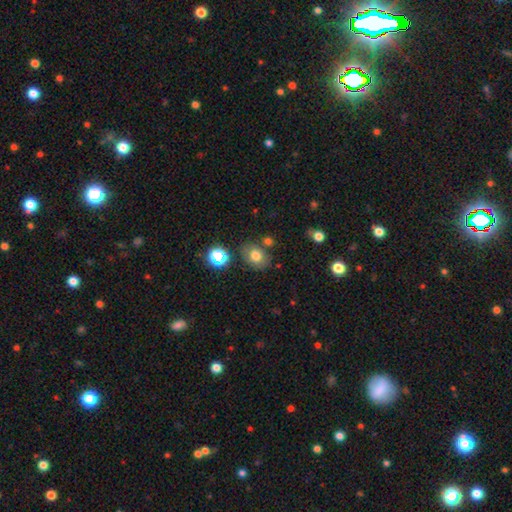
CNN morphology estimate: Smooth or featured? smooth (76%)
How rounded? in between (58%)
Merging? none (73%)